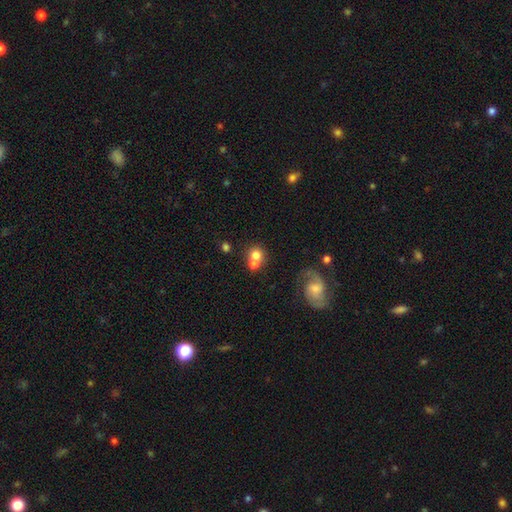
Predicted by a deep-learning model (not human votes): Morphology: type=smooth (72%); roundness=round (82%); merging=merger (49%).